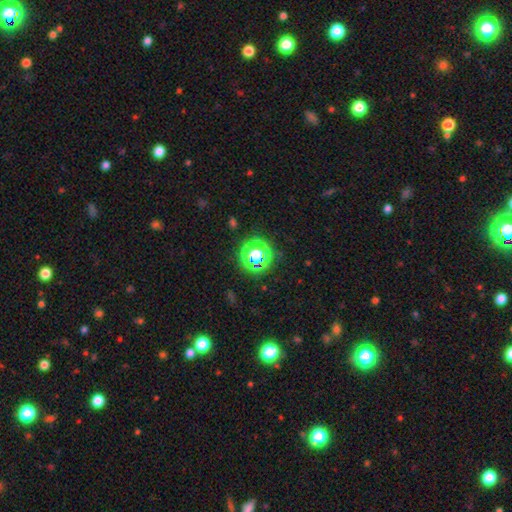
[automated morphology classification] Smooth or featured: star or artifact — 56% (smooth — 33%)